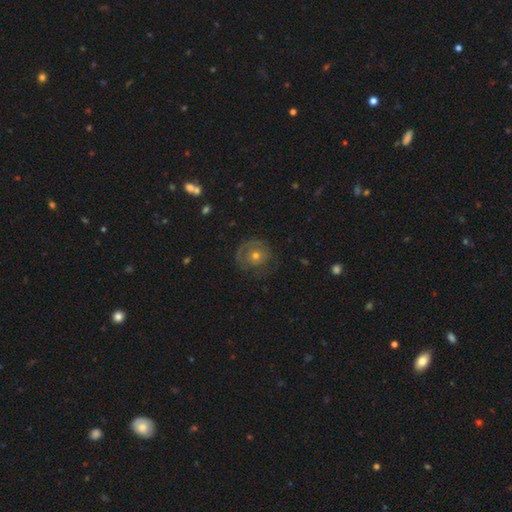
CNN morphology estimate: smooth-or-featured: featured or disk: 60% | smooth: 29% | star or artifact: 10%
  disk-edge-on: no: 97% | yes: 3%
    bar: no: 87% | weak: 11% | strong: 3%
    has-spiral-arms: yes: 58% | no: 42%
    bulge-size: moderate: 56% | small: 39% | large: 3% | none: 1% | dominant: 1%
  merging: none: 71% | minor disturbance: 16% | major disturbance: 11% | merger: 1%